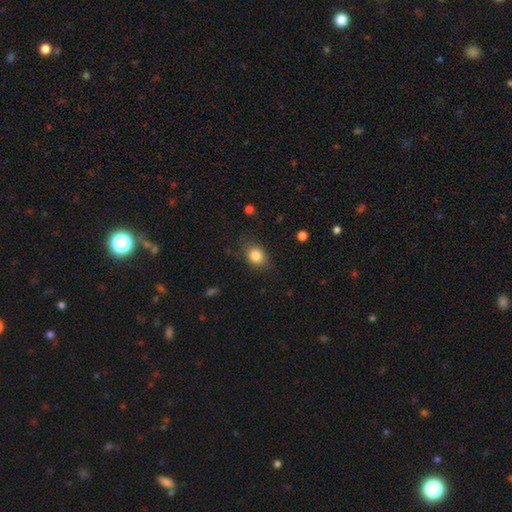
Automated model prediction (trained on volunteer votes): Overall: smooth (83%). How rounded: in between (53%; round 45%). Merging: none (74%).